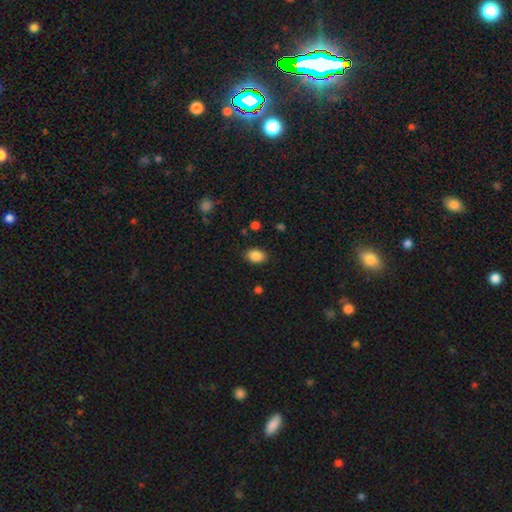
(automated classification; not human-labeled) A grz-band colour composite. It shows a smooth galaxy with no disk features (88%) that is in between round and cigar-shaped (79%). Merging: none (86%).